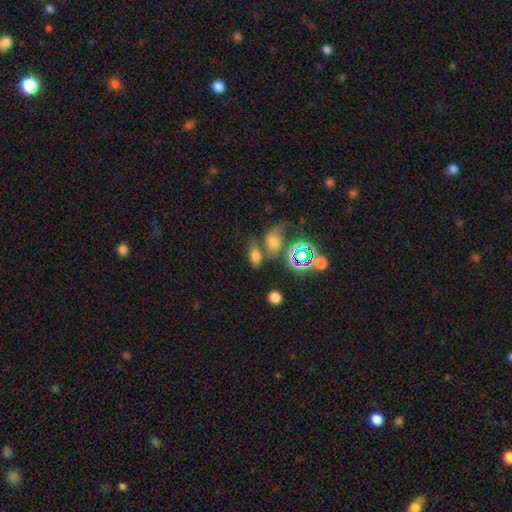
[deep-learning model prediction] A smooth galaxy with no disk features (62%) that is in between round and cigar-shaped (81%). Merging: none (41%).